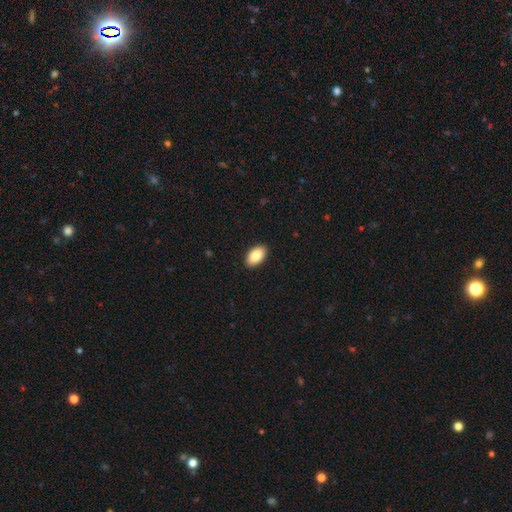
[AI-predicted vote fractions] Morphology: type=smooth (85%); roundness=in between (94%); merging=none (90%).